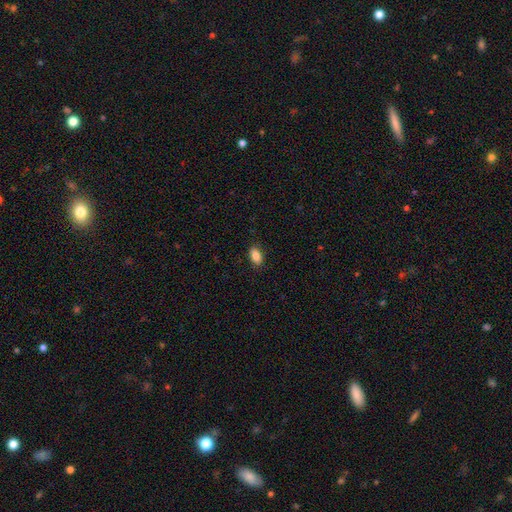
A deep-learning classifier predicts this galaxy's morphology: Smooth or featured: smooth — 87% (star or artifact — 8%)
How rounded: in between — 91% (round — 6%)
Merging: none — 87% (minor disturbance — 10%)